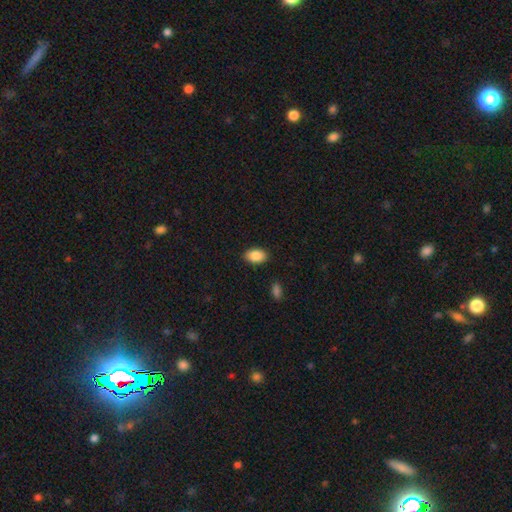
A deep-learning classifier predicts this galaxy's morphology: A smooth galaxy with no disk features (88%) that is in between round and cigar-shaped (88%).

Vote fractions:
- Smooth or featured? smooth: 88% / star or artifact: 7% / featured or disk: 5%
- How rounded? in between: 88% / round: 10% / cigar-shaped: 1%
- Merging? none: 87% / minor disturbance: 9% / major disturbance: 2% / merger: 1%